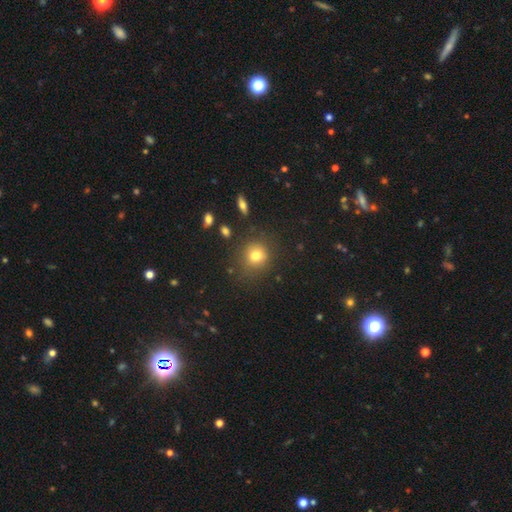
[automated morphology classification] A smooth galaxy with no disk features (78%) that is round (84%).

Vote fractions:
- Smooth or featured? smooth: 78% / star or artifact: 13% / featured or disk: 9%
- How rounded? round: 84% / in between: 15% / cigar-shaped: 1%
- Merging? none: 81% / minor disturbance: 12% / major disturbance: 4% / merger: 3%